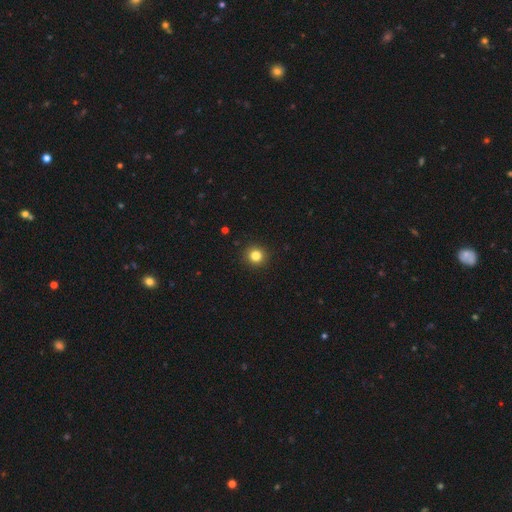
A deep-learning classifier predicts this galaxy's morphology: This is clearly a smooth galaxy (83%). How rounded: clearly round (93%). Merging: clearly none (93%).